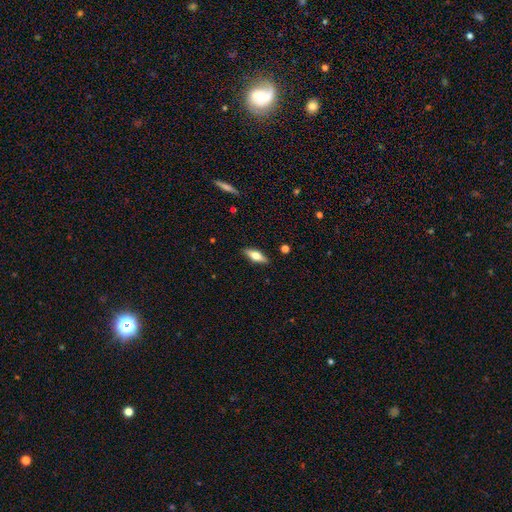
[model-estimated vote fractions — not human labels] Q: Smooth or featured?
A: smooth (49%); runner-up: featured or disk (44%)
Q: Merging?
A: none (88%); runner-up: minor disturbance (9%)